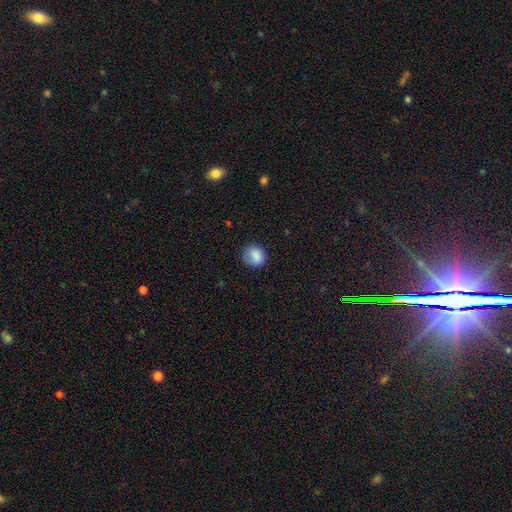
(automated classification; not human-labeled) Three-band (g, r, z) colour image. It shows a smooth galaxy with no disk features (85%) that is round (72%). Merging: none (74%).